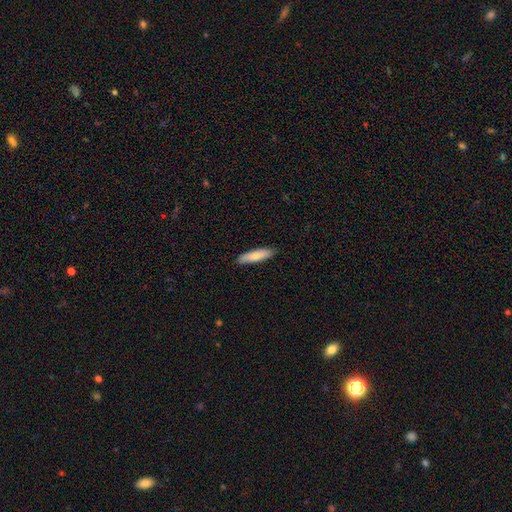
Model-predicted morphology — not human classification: smooth-or-featured: smooth: 78% | featured or disk: 16% | star or artifact: 5%
  how-rounded: cigar-shaped: 76% | in between: 23% | round: 1%
  merging: none: 88% | minor disturbance: 9% | major disturbance: 2% | merger: 1%